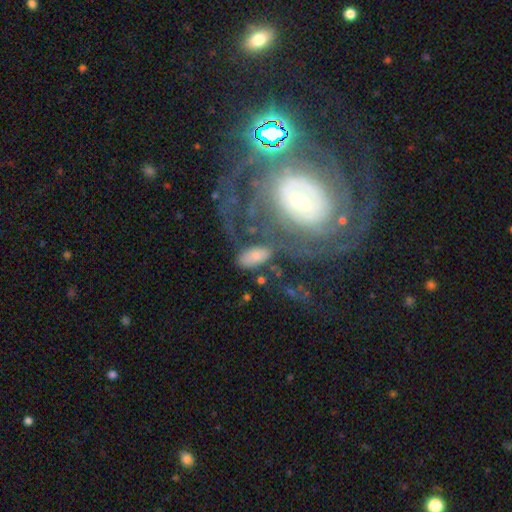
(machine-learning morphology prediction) smooth-or-featured: smooth: 57% | featured or disk: 32% | star or artifact: 10%
  how-rounded: in between: 90% | round: 6% | cigar-shaped: 5%
  merging: none: 53% | minor disturbance: 19% | major disturbance: 14% | merger: 14%